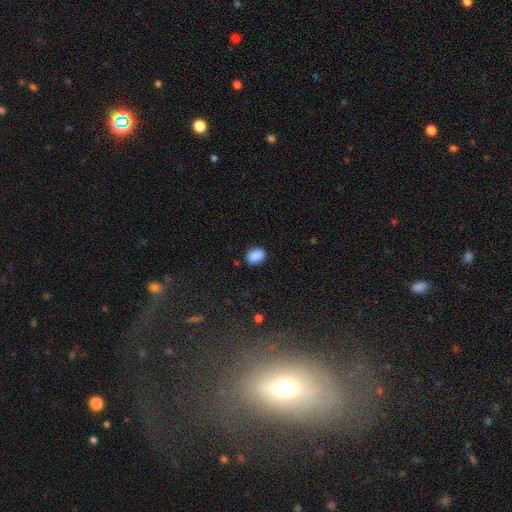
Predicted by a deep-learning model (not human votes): The model was most divided on "how rounded": in between: 69%, round: 30%, cigar-shaped: 1%. More confident: smooth or featured — smooth (89%); merging — none (86%).